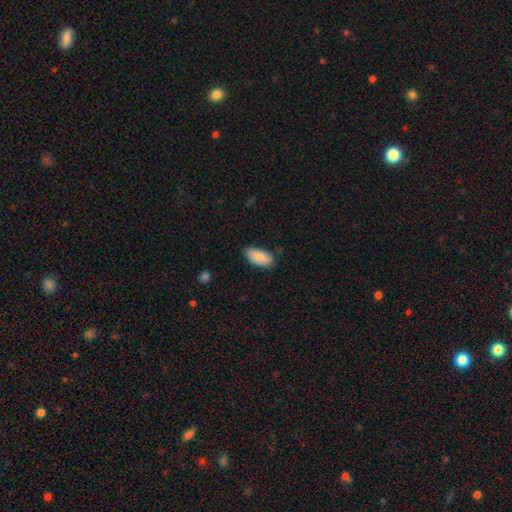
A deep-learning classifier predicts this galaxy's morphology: This appears to be a smooth galaxy with no disk features (89%) that is in between round and cigar-shaped (92%). Merging: none (80%).